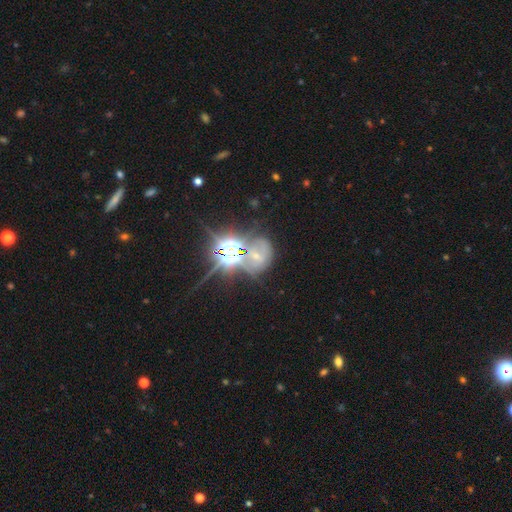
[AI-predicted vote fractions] Smooth or featured?
  - star or artifact: 51% *
  - featured or disk: 29%
  - smooth: 21%